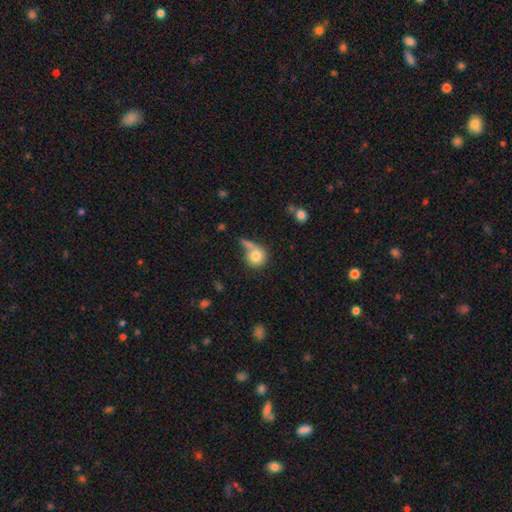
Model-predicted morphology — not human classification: This is likely a smooth galaxy (78%). How rounded: clearly round (87%). Merging: marginally none (43%).